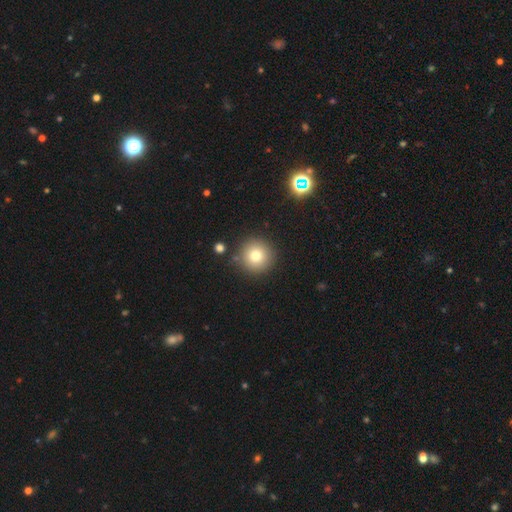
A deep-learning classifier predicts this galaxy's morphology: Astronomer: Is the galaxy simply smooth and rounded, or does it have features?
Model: smooth — 77%.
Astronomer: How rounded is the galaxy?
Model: round — 95%.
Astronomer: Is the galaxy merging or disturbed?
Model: none — 87%.